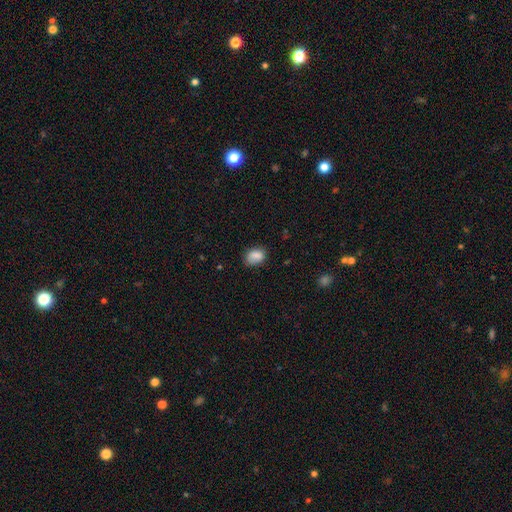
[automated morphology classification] A smooth galaxy with no disk features (84%) that is in between round and cigar-shaped (72%). Merging: none (70%).